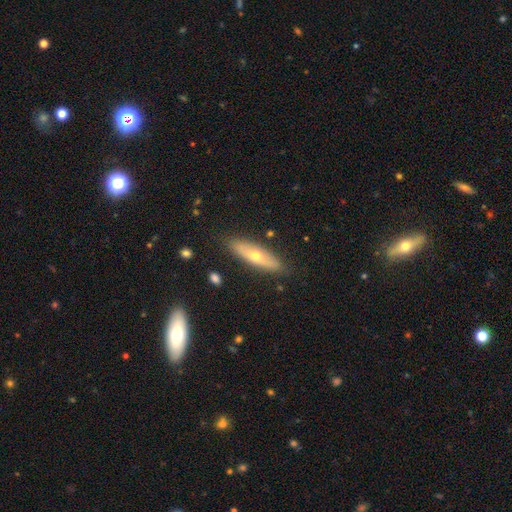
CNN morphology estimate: Q: Smooth or featured?
A: smooth (47%); runner-up: featured or disk (46%)
Q: Merging?
A: none (86%); runner-up: minor disturbance (11%)